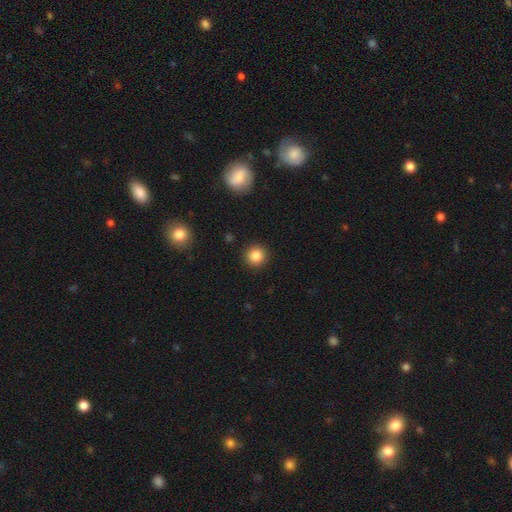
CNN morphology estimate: smooth_or_featured: smooth (p=0.86) [alt: star or artifact p=0.10]
how_rounded: round (p=0.94) [alt: in between p=0.05]
merging: none (p=0.91) [alt: minor disturbance p=0.05]